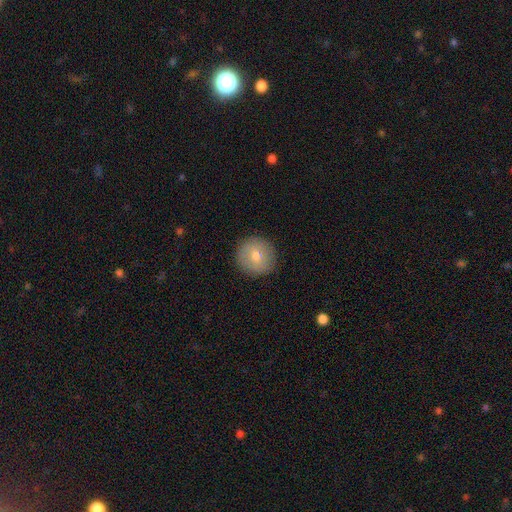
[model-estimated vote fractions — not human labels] Overall: smooth (72%). How rounded: round (94%). Merging: none (90%).